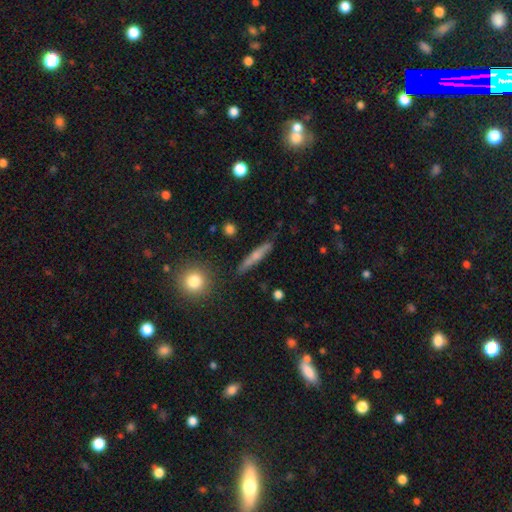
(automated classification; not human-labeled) A smooth galaxy with no disk features (51%) that is cigar-shaped (87%). Merging: none (85%).